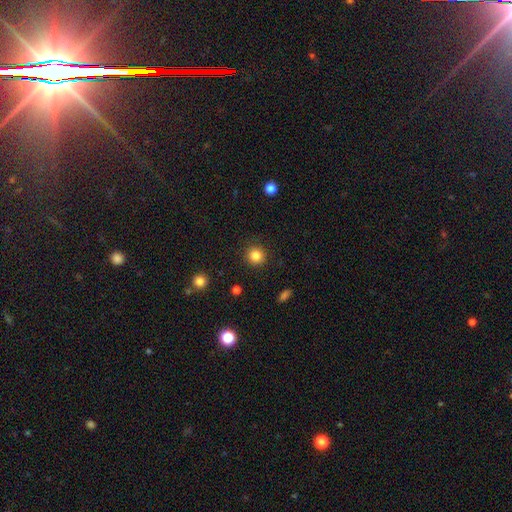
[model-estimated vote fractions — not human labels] Overall: smooth (84%). How rounded: round (94%). Merging: none (91%).